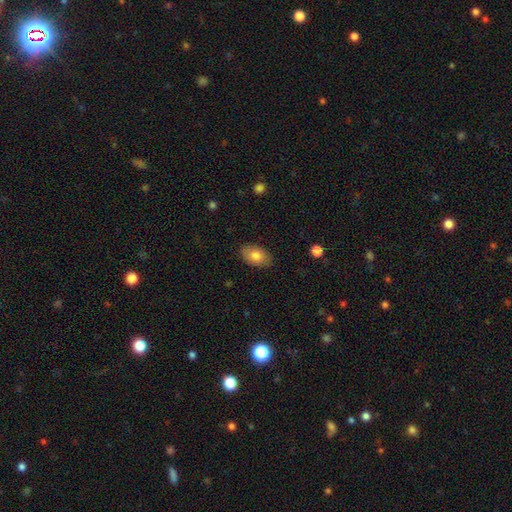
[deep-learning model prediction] This is clearly a smooth galaxy (80%). How rounded: clearly in between (90%). Merging: clearly none (85%).